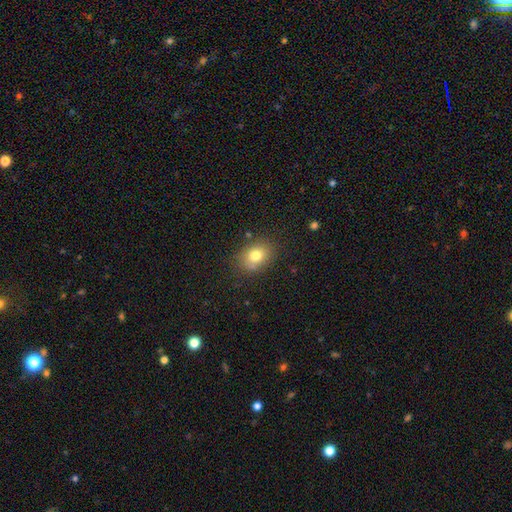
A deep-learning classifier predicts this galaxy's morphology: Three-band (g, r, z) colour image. It shows a smooth galaxy with no disk features (77%) that is in between round and cigar-shaped (59%). Merging: none (76%).